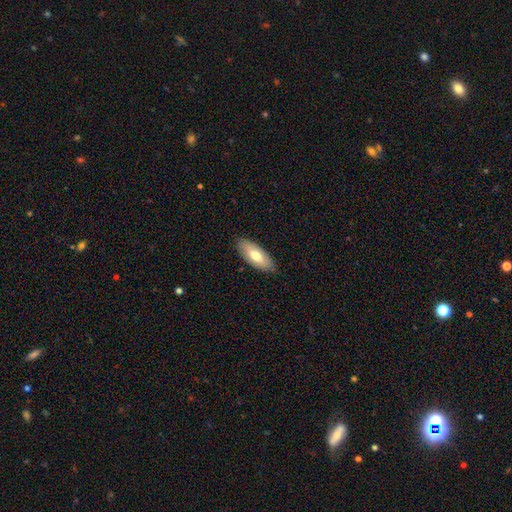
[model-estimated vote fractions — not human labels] A smooth galaxy with no disk features (68%) that is in between round and cigar-shaped (82%).

Vote fractions:
- Smooth or featured? smooth: 68% / featured or disk: 27% / star or artifact: 6%
- How rounded? in between: 82% / cigar-shaped: 16% / round: 2%
- Merging? none: 86% / minor disturbance: 11% / major disturbance: 2% / merger: 1%